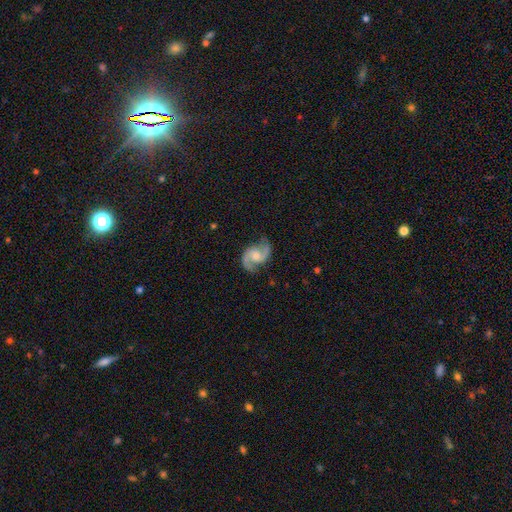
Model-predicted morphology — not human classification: A featured or disk galaxy (90%) with no bar (54%), 2 (94%) medium (55%) spiral arms (98%) and a moderate central bulge (42%).

Vote fractions:
- Smooth or featured? featured or disk: 90% / smooth: 6% / star or artifact: 5%
- Edge-on disk? no: 98% / yes: 2%
- Bar? no: 54% / weak: 39% / strong: 7%
- Spiral arms? yes: 98% / no: 2%
- Spiral winding? medium: 55% / loose: 32% / tight: 13%
- Spiral arm count? 2: 94% / can't tell: 2% / 1: 1% / 3: 1% / 4: 1% / more than 4: 1%
- Bulge size? moderate: 42% / small: 23% / none: 20% / large: 14% / dominant: 2%
- Merging? none: 80% / minor disturbance: 14% / major disturbance: 5% / merger: 1%